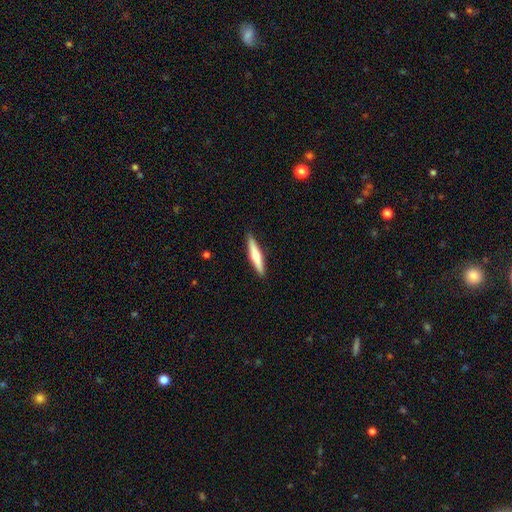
Smooth or featured?
  - featured or disk: 53% *
  - smooth: 42%
  - star or artifact: 5%
Edge-on disk?
  - yes: 100% *
  - no: 0%
Edge-on bulge?
  - rounded: 75% *
  - none: 25%
  - boxy: 0%
Merging?
  - none: 97% *
  - minor disturbance: 3%
  - major disturbance: 0%
  - merger: 0%